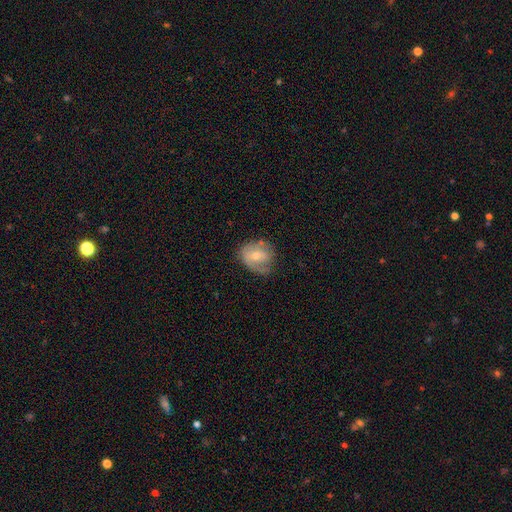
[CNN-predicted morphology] Q: Smooth or featured?
A: featured or disk (50%); runner-up: smooth (43%)
Q: Edge-on disk?
A: no (96%); runner-up: yes (4%)
Q: Merging?
A: none (53%); runner-up: minor disturbance (29%)